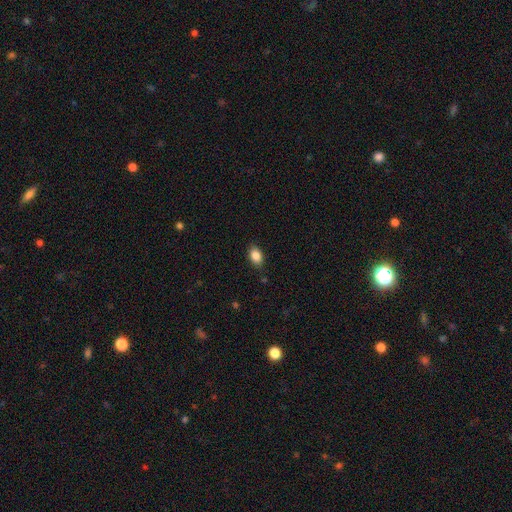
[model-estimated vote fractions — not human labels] Smooth or featured? smooth (86%)
How rounded? in between (86%)
Merging? none (85%)